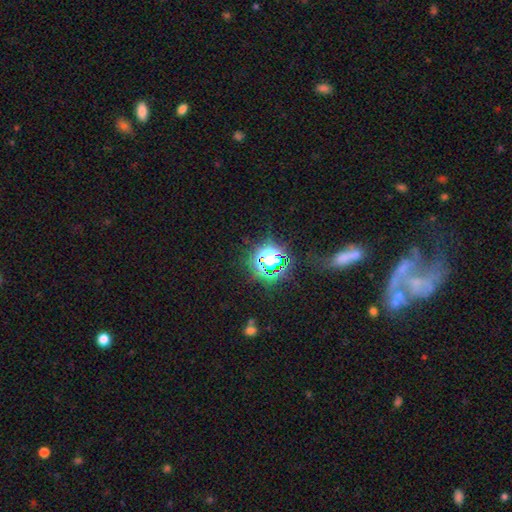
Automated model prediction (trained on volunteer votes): The model was most divided on "smooth or featured": star or artifact: 53%, smooth: 25%, featured or disk: 22%.